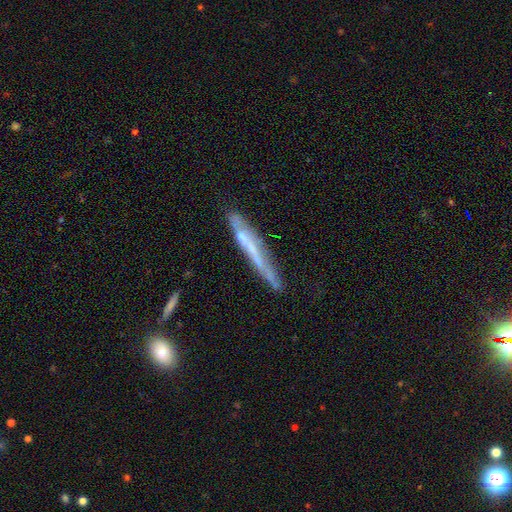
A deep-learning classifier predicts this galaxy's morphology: The model was most divided on "smooth or featured": featured or disk: 60%, smooth: 33%, star or artifact: 8%. More confident: edge-on disk — yes (84%); edge-on bulge — none (73%); merging — none (60%).